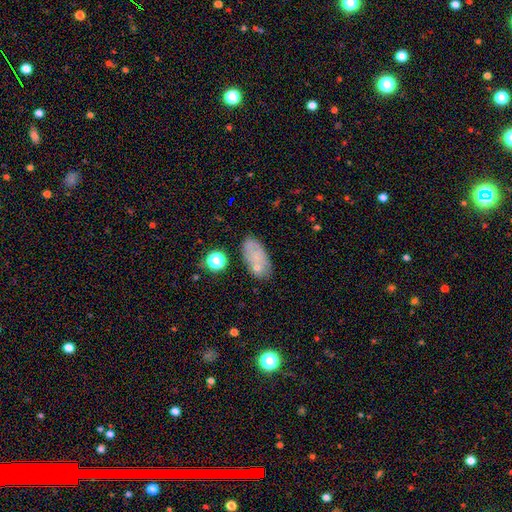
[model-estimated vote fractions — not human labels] smooth-or-featured: smooth: 65% | featured or disk: 23% | star or artifact: 12%
  how-rounded: in between: 89% | round: 6% | cigar-shaped: 5%
  merging: none: 65% | minor disturbance: 21% | merger: 8% | major disturbance: 7%